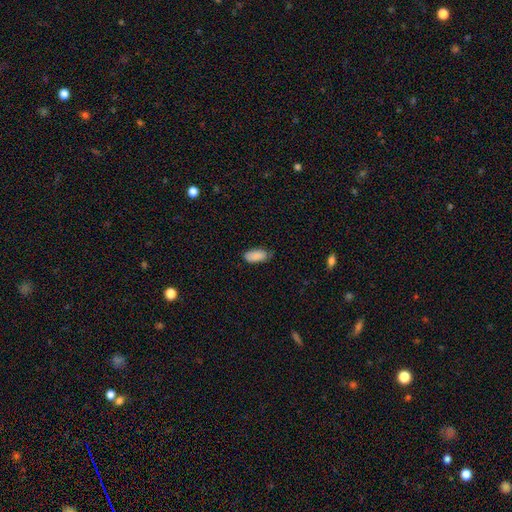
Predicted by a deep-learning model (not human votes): smooth 89%, star or artifact 7%, featured or disk 4%. Down the decision tree: how rounded — in between (92%); merging — none (69%).